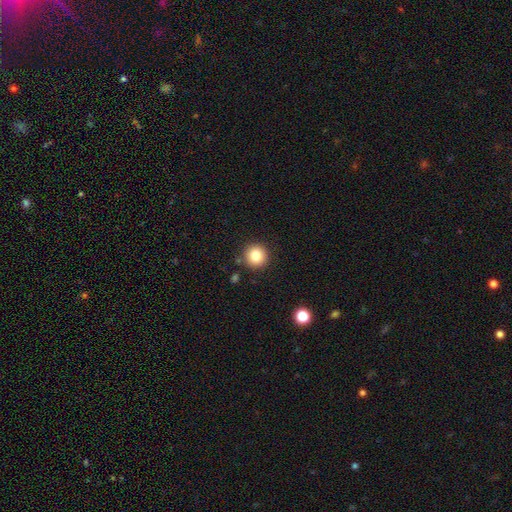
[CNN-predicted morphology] Smooth or featured? smooth (84%)
How rounded? round (94%)
Merging? none (88%)